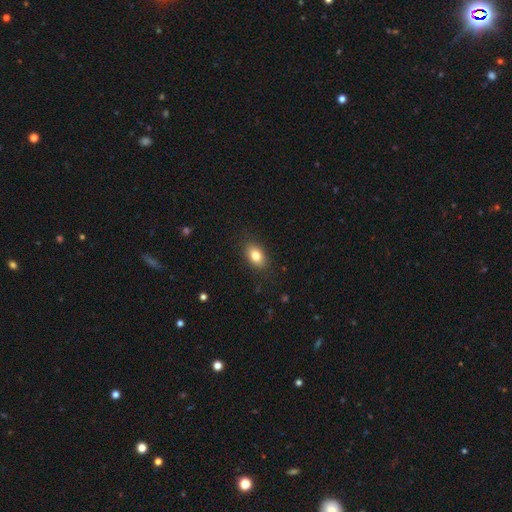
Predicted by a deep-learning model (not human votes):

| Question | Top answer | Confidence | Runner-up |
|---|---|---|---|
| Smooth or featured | smooth | 82% | featured or disk (9%) |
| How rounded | in between | 86% | round (12%) |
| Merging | none | 87% | minor disturbance (10%) |